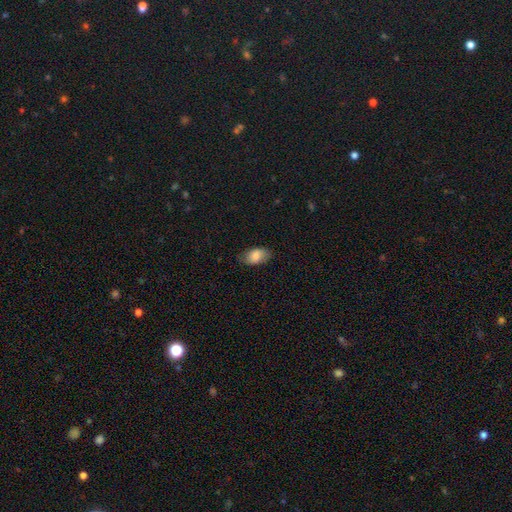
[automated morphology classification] type=smooth (82%); roundness=in between (93%); merging=none (77%).